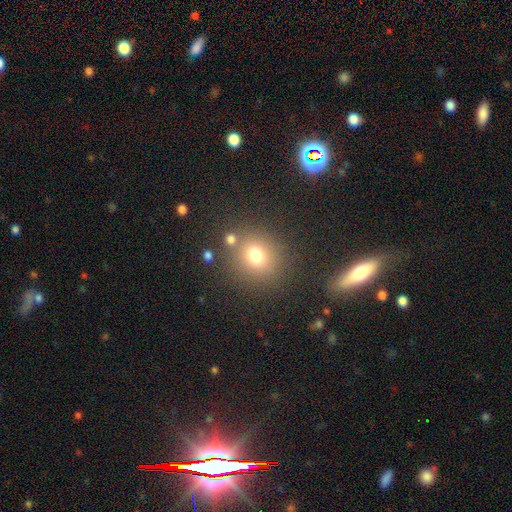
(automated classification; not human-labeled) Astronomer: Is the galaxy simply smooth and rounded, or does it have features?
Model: smooth — 74%.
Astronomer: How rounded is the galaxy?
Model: round — 82%.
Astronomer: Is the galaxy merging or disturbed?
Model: none — 78%.